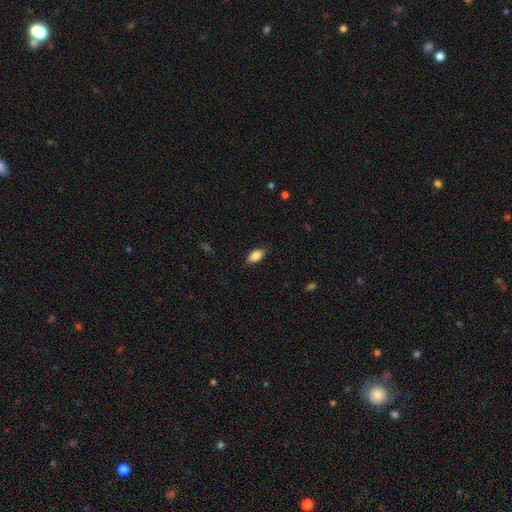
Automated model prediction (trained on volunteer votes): Smooth or featured?
  - smooth: 84% *
  - featured or disk: 9%
  - star or artifact: 7%
How rounded?
  - in between: 90% *
  - cigar-shaped: 6%
  - round: 4%
Merging?
  - none: 85% *
  - minor disturbance: 11%
  - major disturbance: 2%
  - merger: 1%